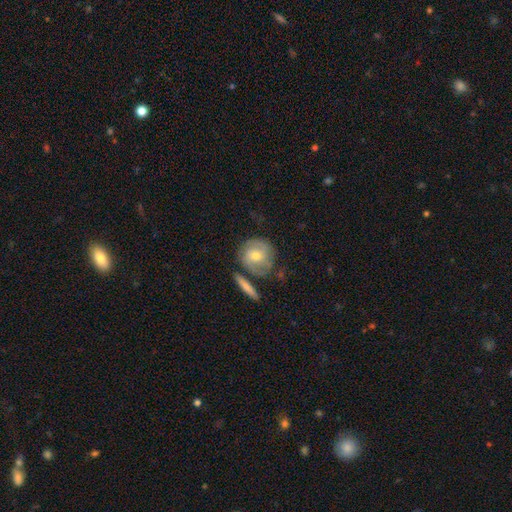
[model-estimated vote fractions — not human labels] This is likely a featured or disk galaxy (60%). It is clearly not viewed edge-on (93%). Bar: likely no (65%). Spiral arm pattern: clearly yes (84%). Central bulge: likely moderate (60%). Merging: likely none (66%).